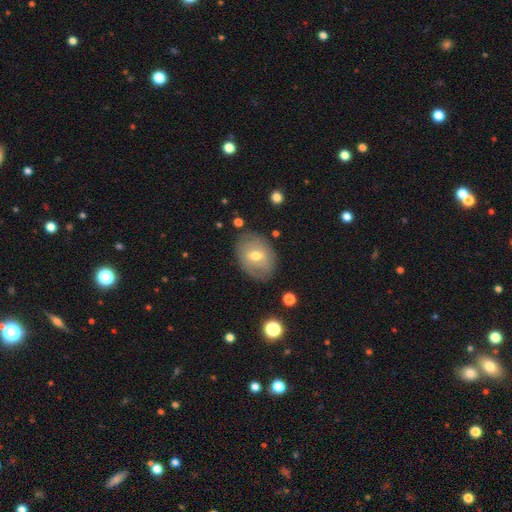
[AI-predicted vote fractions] smooth 49%, featured or disk 43%, star or artifact 8%. Down the decision tree: merging — none (76%).